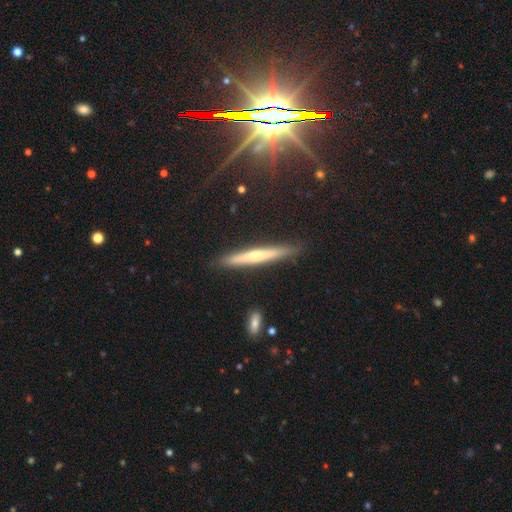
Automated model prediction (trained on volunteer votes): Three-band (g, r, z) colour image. It shows a featured or disk galaxy (52%) viewed edge-on (95%). Merging: none (89%).